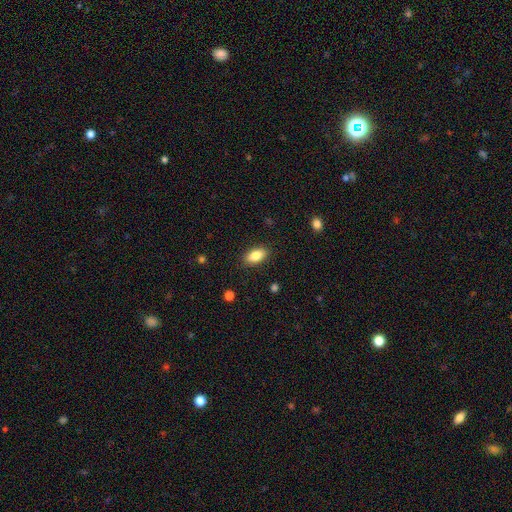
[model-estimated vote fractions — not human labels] This is clearly a smooth galaxy (85%). How rounded: clearly in between (90%). Merging: clearly none (88%).